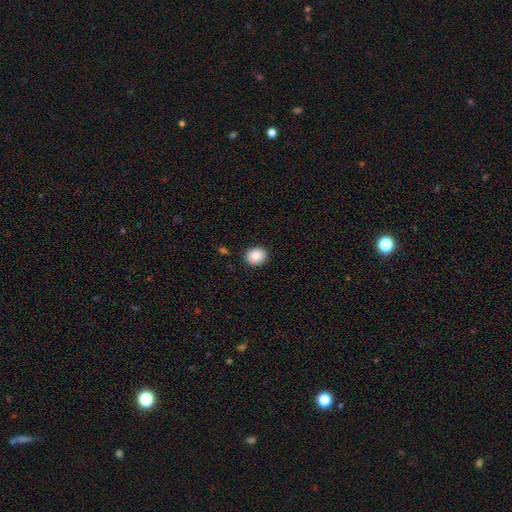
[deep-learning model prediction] smooth-or-featured: smooth: 87% | star or artifact: 8% | featured or disk: 5%
  how-rounded: round: 62% | in between: 37% | cigar-shaped: 1%
  merging: none: 89% | minor disturbance: 7% | major disturbance: 2% | merger: 1%